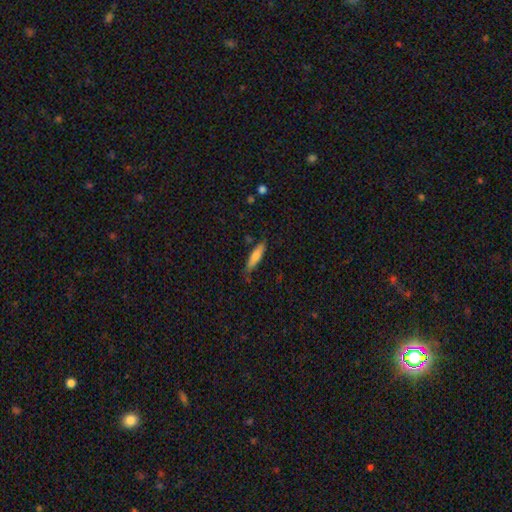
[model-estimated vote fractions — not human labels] smooth-or-featured: smooth: 72% | featured or disk: 22% | star or artifact: 6%
  how-rounded: cigar-shaped: 70% | in between: 28% | round: 2%
  merging: none: 72% | minor disturbance: 22% | major disturbance: 4% | merger: 3%